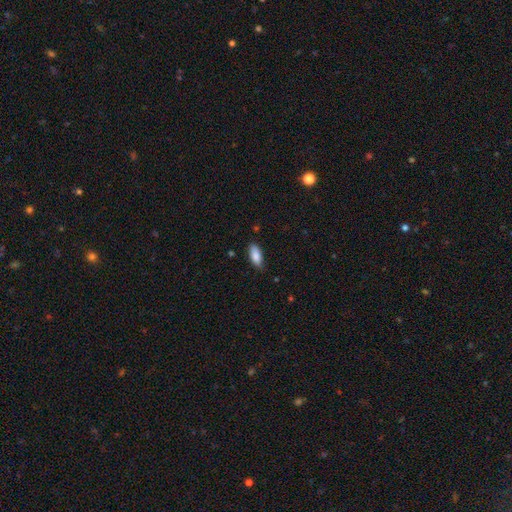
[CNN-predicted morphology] type=smooth (86%); roundness=in between (83%); merging=none (78%).